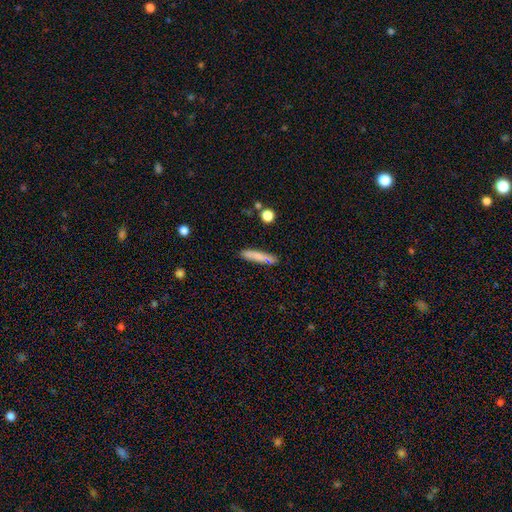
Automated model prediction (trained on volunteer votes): Overall: smooth (77%). How rounded: cigar-shaped (87%). Merging: none (77%).